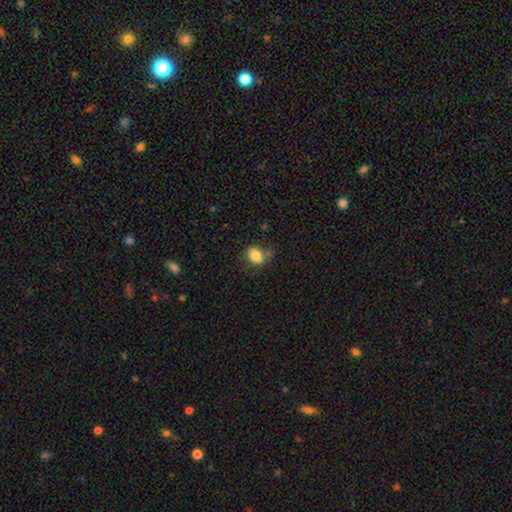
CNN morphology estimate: A smooth galaxy with no disk features (82%) that is in between round and cigar-shaped (58%).

Vote fractions:
- Smooth or featured? smooth: 82% / star or artifact: 9% / featured or disk: 8%
- How rounded? in between: 58% / round: 41% / cigar-shaped: 1%
- Merging? none: 62% / minor disturbance: 23% / merger: 8% / major disturbance: 7%